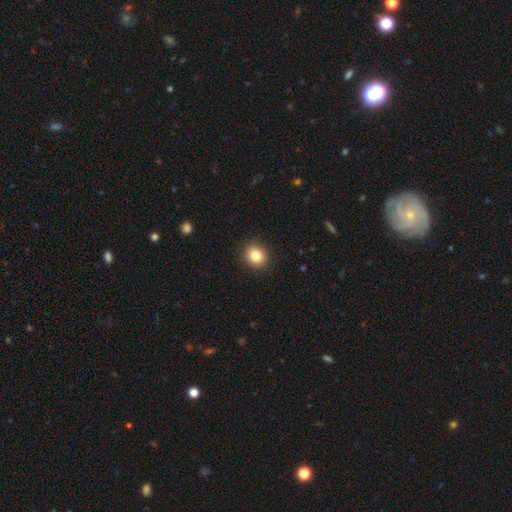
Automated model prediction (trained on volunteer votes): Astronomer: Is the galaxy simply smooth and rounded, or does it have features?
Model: smooth — 84%.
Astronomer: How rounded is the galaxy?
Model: round — 70%.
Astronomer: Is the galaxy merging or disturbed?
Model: none — 91%.